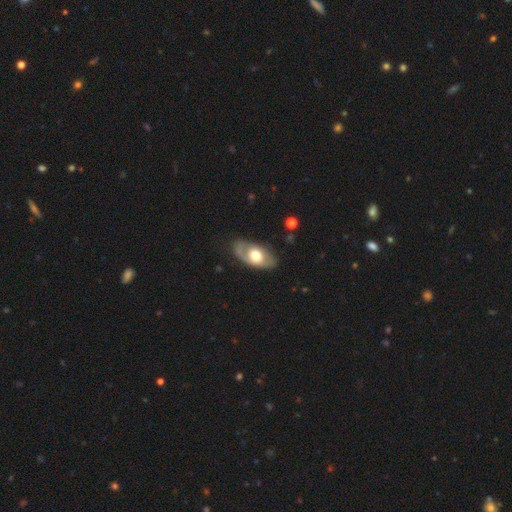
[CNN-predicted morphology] This appears to be a featured or disk galaxy (51%). Merging: none (68%).